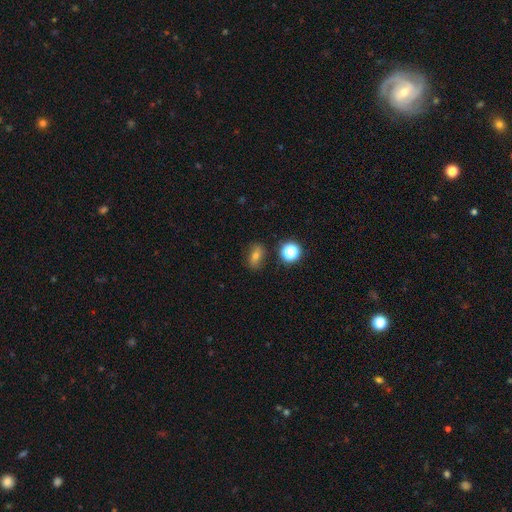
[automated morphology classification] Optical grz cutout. It shows a smooth galaxy with no disk features (55%) that is in between round and cigar-shaped (68%). Merging: none (81%).